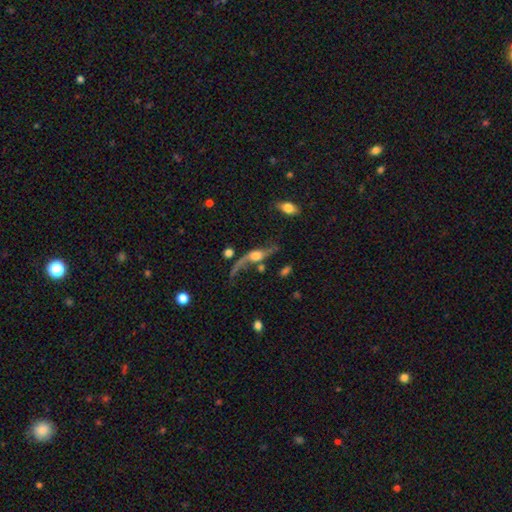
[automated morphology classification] featured or disk 76%, smooth 15%, star or artifact 9%. Down the decision tree: edge-on disk — no (74%); bar — no (69%); spiral arms — yes (87%); bulge size — moderate (44%); merging — none (43%).